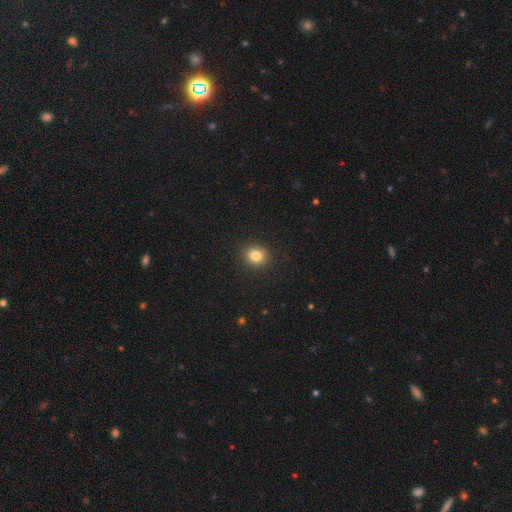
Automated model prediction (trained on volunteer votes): Smooth or featured? smooth (83%)
How rounded? round (70%)
Merging? none (91%)